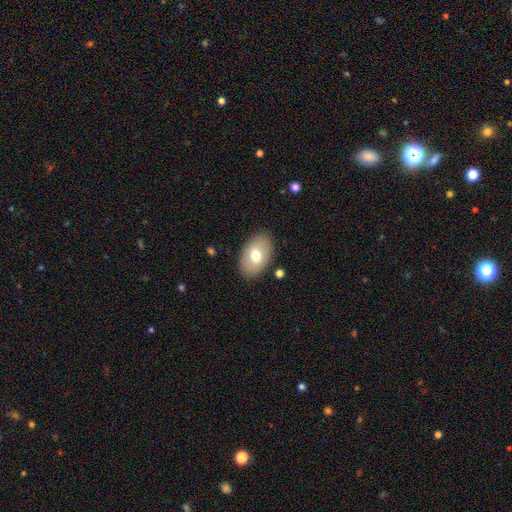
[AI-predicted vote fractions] Smooth or featured?
  - smooth: 71% *
  - featured or disk: 22%
  - star or artifact: 7%
How rounded?
  - in between: 90% *
  - round: 9%
  - cigar-shaped: 1%
Merging?
  - none: 87% *
  - minor disturbance: 9%
  - major disturbance: 3%
  - merger: 1%